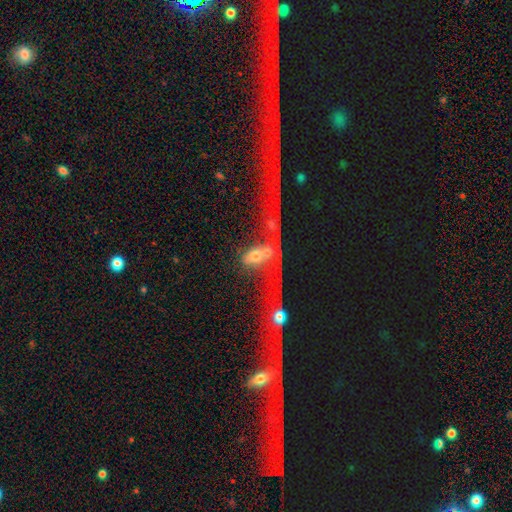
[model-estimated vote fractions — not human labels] A smooth galaxy with no disk features (50%) that is in between round and cigar-shaped (67%). Merging: merger (65%).